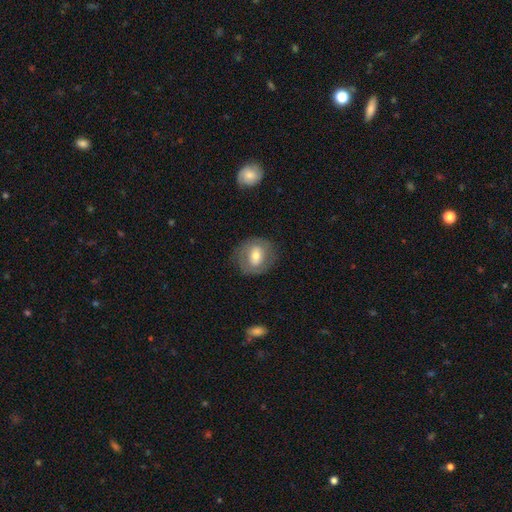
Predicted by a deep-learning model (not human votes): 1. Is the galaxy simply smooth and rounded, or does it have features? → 55% smooth, 38% featured or disk, 7% star or artifact.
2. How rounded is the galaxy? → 64% round, 34% in between, 1% cigar-shaped.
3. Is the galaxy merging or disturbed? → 77% none, 15% minor disturbance, 7% major disturbance, 1% merger.